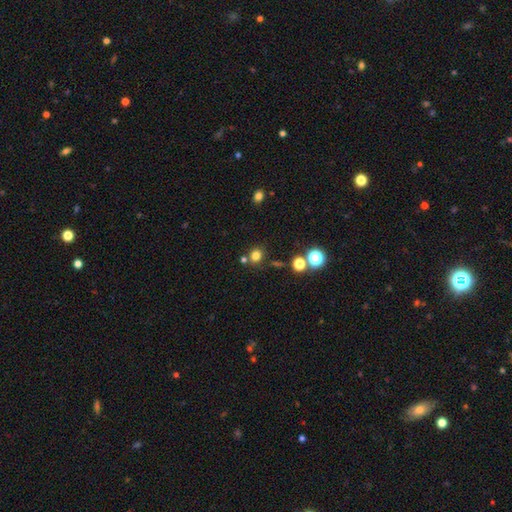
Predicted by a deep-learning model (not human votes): smooth 76%, star or artifact 18%, featured or disk 6%. Down the decision tree: how rounded — round (84%); merging — none (76%).